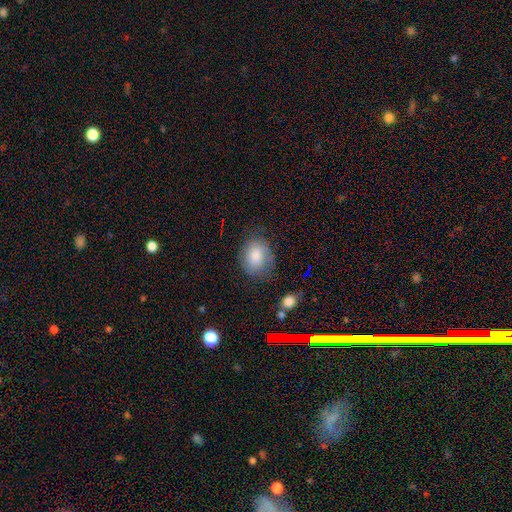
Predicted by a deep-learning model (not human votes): Smooth or featured? smooth (78%)
How rounded? in between (52%)
Merging? none (64%)